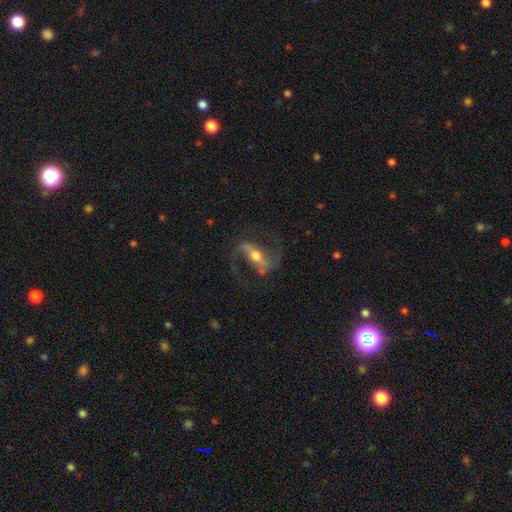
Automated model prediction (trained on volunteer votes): Overall: featured or disk (86%). Edge-on disk: no (93%). Bar: strong (59%; weak 28%). Spiral arms: yes (94%). Spiral arm count: 2 (92%). Spiral winding: medium (51%; loose 36%). Bulge size: moderate (64%; small 27%). Merging: none (74%).